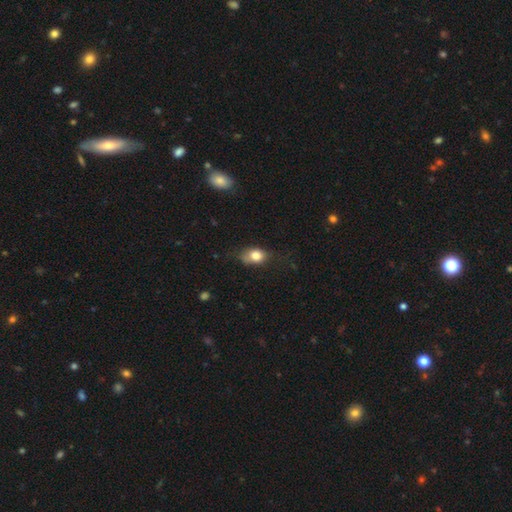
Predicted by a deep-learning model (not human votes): Smooth or featured? smooth (79%)
How rounded? in between (67%)
Merging? none (56%)